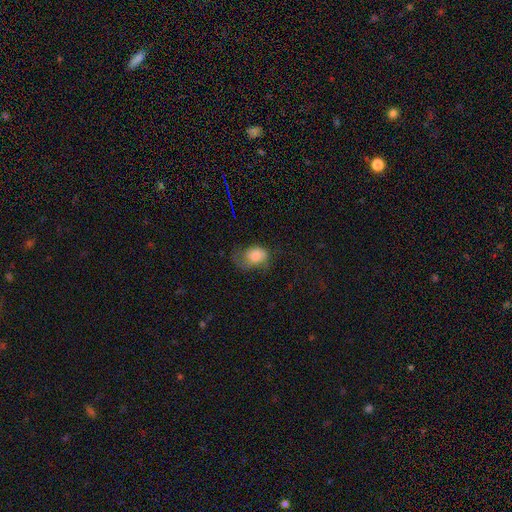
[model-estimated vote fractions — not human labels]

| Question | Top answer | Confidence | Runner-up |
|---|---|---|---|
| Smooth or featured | smooth | 69% | featured or disk (21%) |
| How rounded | in between | 69% | round (30%) |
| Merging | major disturbance | 41% | none (29%) |